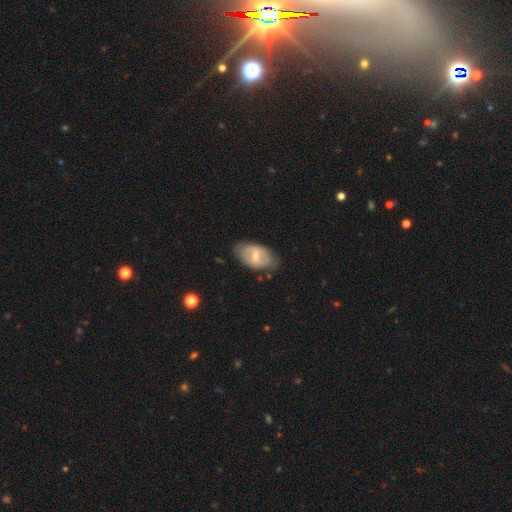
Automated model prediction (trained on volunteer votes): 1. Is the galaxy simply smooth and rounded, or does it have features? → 48% featured or disk, 46% smooth, 6% star or artifact.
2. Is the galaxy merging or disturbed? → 71% none, 22% minor disturbance, 6% major disturbance, 2% merger.